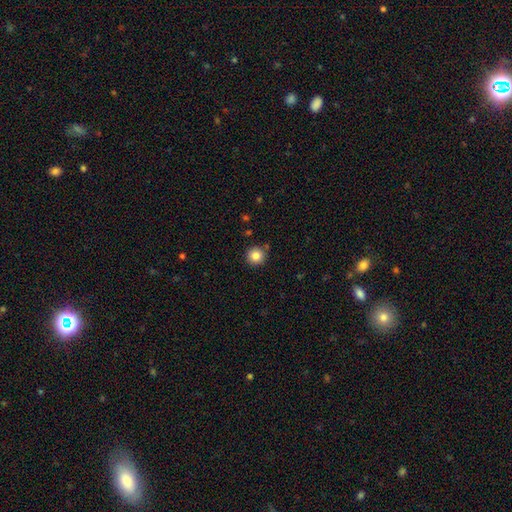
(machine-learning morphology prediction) Smooth or featured? smooth (84%)
How rounded? round (95%)
Merging? none (88%)